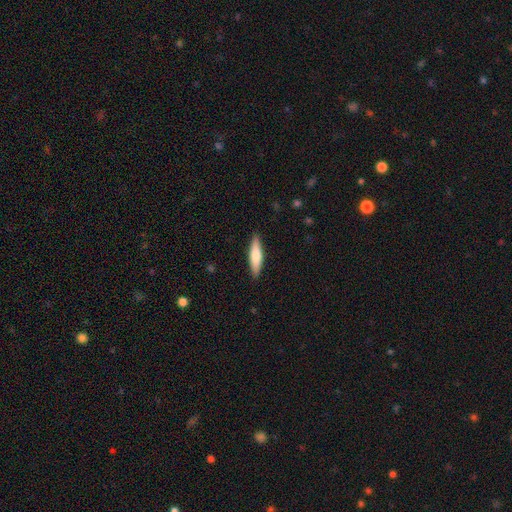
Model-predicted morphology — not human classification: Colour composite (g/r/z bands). It shows a smooth galaxy with no disk features (62%) that is cigar-shaped (75%). Merging: none (89%).